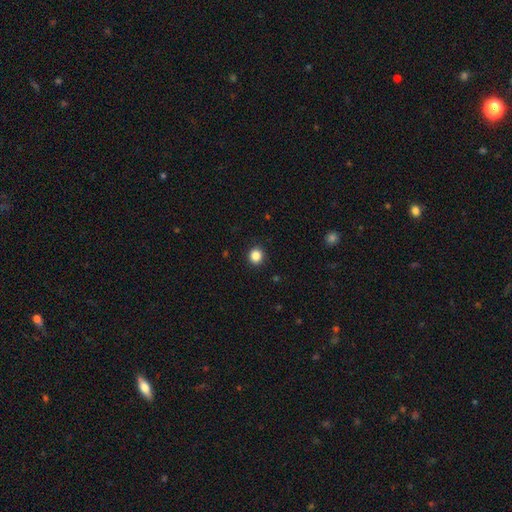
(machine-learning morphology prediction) This is clearly a smooth galaxy (86%). How rounded: clearly round (88%). Merging: clearly none (92%).